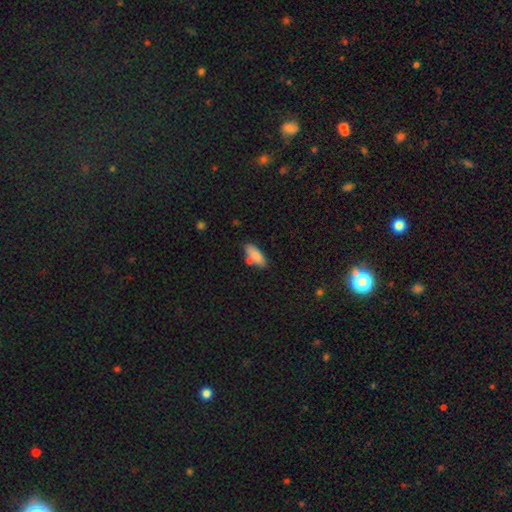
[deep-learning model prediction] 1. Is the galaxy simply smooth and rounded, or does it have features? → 83% smooth, 10% featured or disk, 7% star or artifact.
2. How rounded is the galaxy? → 68% in between, 30% cigar-shaped, 2% round.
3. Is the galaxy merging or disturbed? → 66% none, 15% minor disturbance, 15% merger, 4% major disturbance.